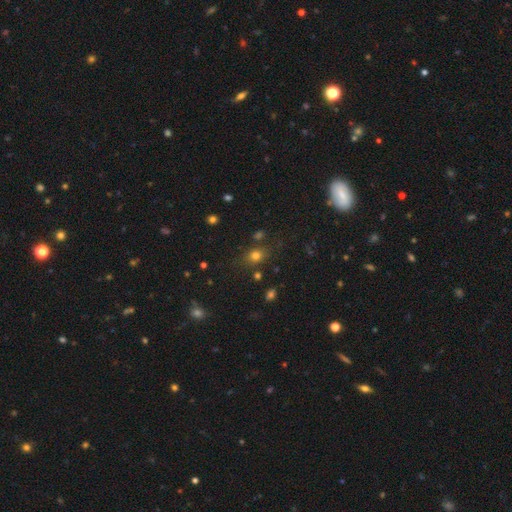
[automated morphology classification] Overall: smooth (73%). How rounded: round (51%; in between 48%). Merging: none (76%).